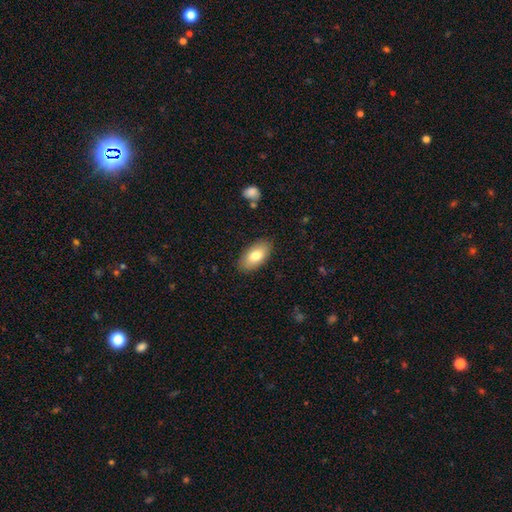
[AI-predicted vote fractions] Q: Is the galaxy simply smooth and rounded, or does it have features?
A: smooth — 78%.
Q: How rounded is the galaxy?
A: in between — 93%.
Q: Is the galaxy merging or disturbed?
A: none — 87%.